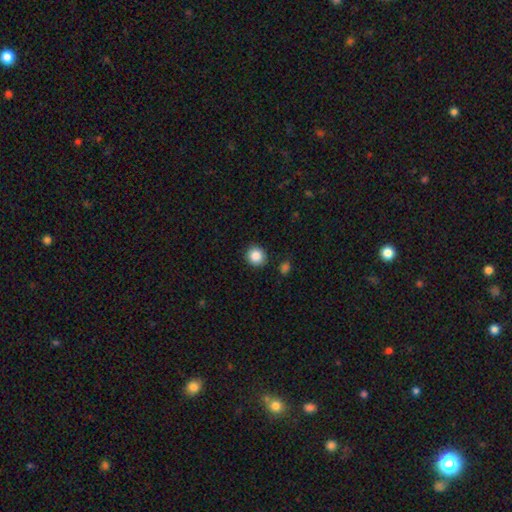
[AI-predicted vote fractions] smooth 87%, star or artifact 9%, featured or disk 4%. Down the decision tree: how rounded — round (89%); merging — none (89%).